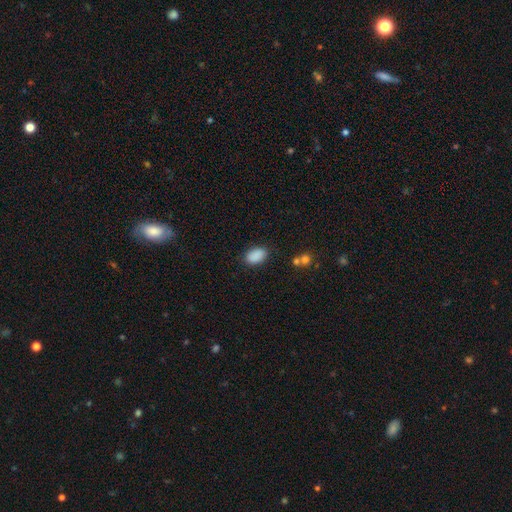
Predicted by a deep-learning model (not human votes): smooth 89%, star or artifact 8%, featured or disk 3%. Down the decision tree: how rounded — in between (90%); merging — none (85%).